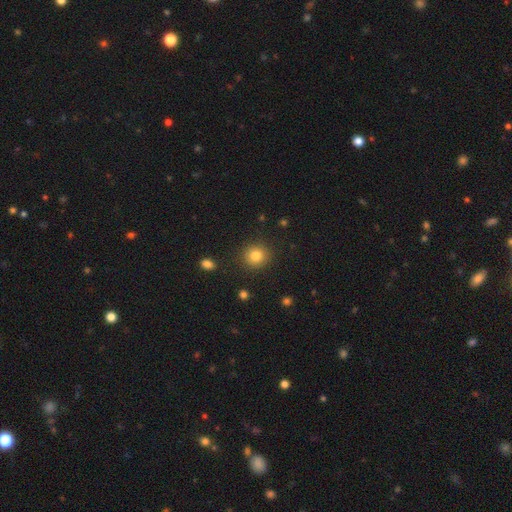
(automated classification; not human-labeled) smooth-or-featured: smooth: 83% | star or artifact: 11% | featured or disk: 6%
  how-rounded: round: 90% | in between: 9% | cigar-shaped: 1%
  merging: none: 90% | minor disturbance: 7% | major disturbance: 2% | merger: 1%